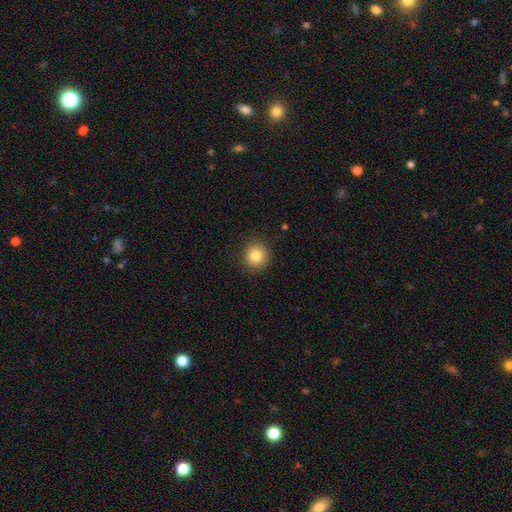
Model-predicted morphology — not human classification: Smooth or featured: smooth — 84% (star or artifact — 10%)
How rounded: round — 92% (in between — 7%)
Merging: none — 90% (minor disturbance — 7%)